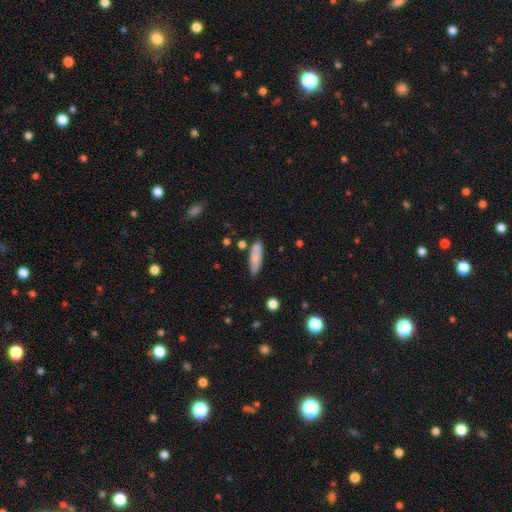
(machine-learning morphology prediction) This is clearly a smooth galaxy (82%). How rounded: possibly cigar-shaped (59%). Merging: likely none (77%).